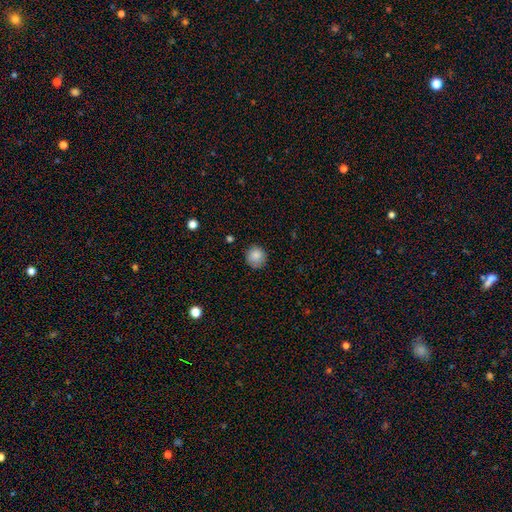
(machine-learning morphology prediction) smooth 87%, star or artifact 9%, featured or disk 5%. Down the decision tree: how rounded — round (91%); merging — none (84%).